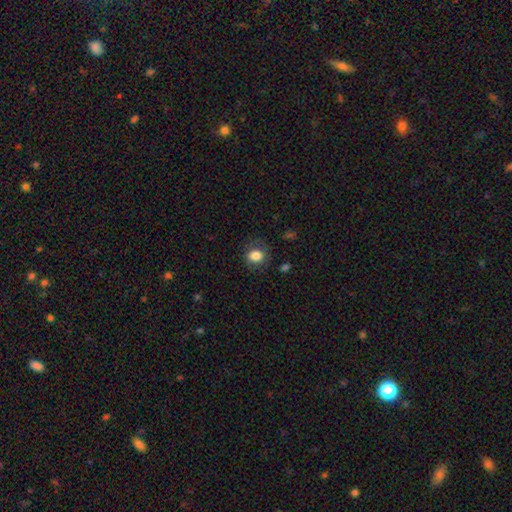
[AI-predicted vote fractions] smooth_or_featured: smooth (p=0.83) [alt: star or artifact p=0.09]
how_rounded: round (p=0.58) [alt: in between p=0.41]
merging: none (p=0.75) [alt: minor disturbance p=0.17]